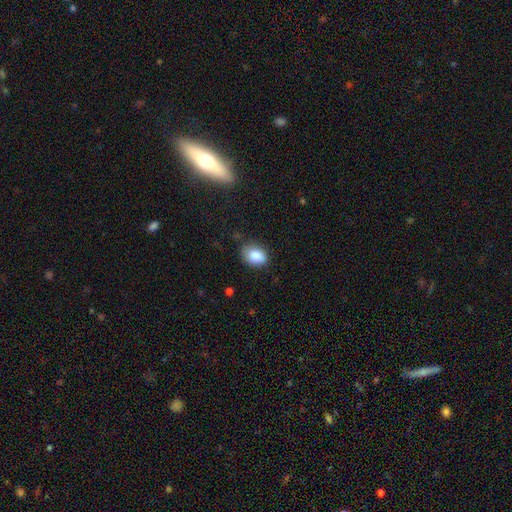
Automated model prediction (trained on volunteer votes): A smooth galaxy with no disk features (86%) that is in between round and cigar-shaped (76%). Merging: none (71%).